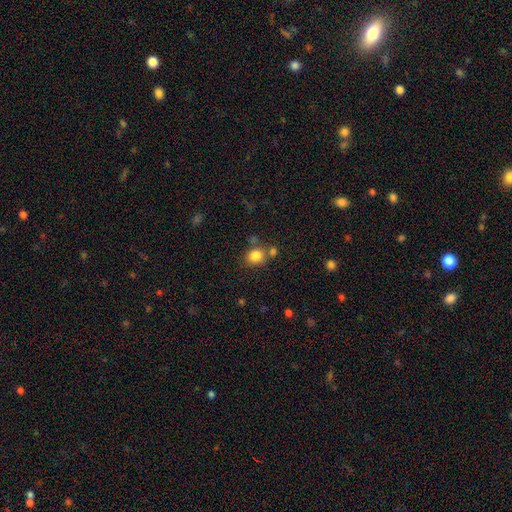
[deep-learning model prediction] A smooth galaxy with no disk features (82%) that is round (74%). Merging: none (67%).